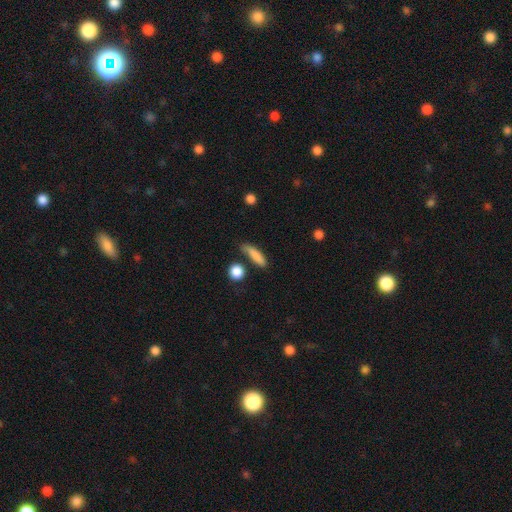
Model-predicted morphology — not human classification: smooth 81%, featured or disk 12%, star or artifact 8%. Down the decision tree: how rounded — cigar-shaped (69%); merging — none (63%).